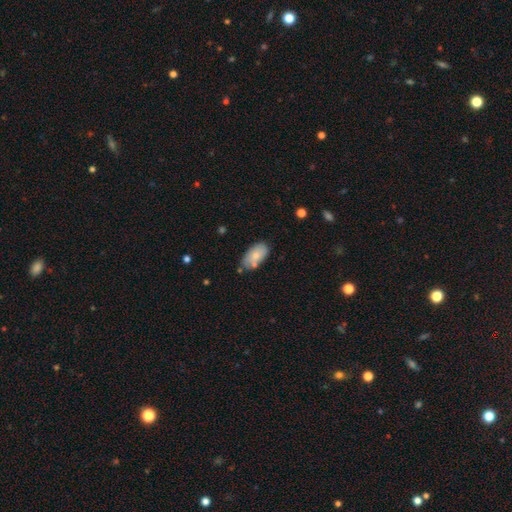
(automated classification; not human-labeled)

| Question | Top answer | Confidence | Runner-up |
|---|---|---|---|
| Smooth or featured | smooth | 74% | featured or disk (20%) |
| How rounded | in between | 94% | round (3%) |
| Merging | none | 64% | minor disturbance (22%) |